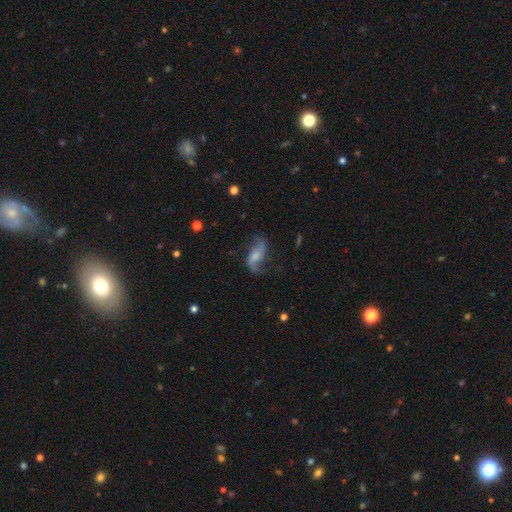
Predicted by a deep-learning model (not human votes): smooth_or_featured: featured or disk (p=0.74) [alt: smooth p=0.18]
disk_edge_on: no (p=0.95) [alt: yes p=0.05]
bar: no (p=0.47) [alt: weak p=0.39]
has_spiral_arms: yes (p=0.93) [alt: no p=0.07]
spiral_winding: loose (p=0.82) [alt: medium p=0.14]
spiral_arm_count: 2 (p=0.87) [alt: 1 p=0.07]
bulge_size: small (p=0.38) [alt: moderate p=0.30]
merging: none (p=0.61) [alt: minor disturbance p=0.21]